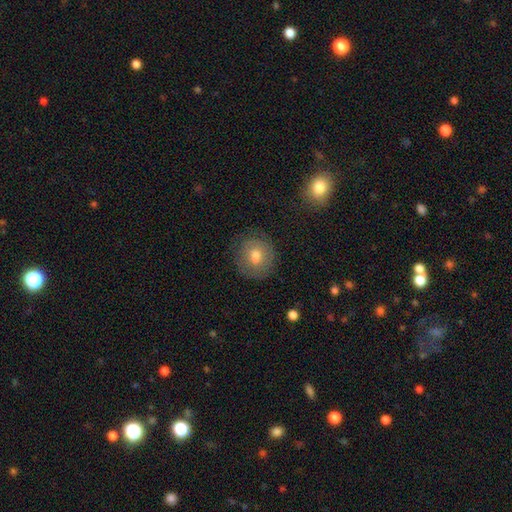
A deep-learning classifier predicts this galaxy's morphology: Smooth or featured?
  - smooth: 68% *
  - featured or disk: 22%
  - star or artifact: 11%
How rounded?
  - round: 83% *
  - in between: 16%
  - cigar-shaped: 1%
Merging?
  - none: 80% *
  - minor disturbance: 13%
  - major disturbance: 5%
  - merger: 2%